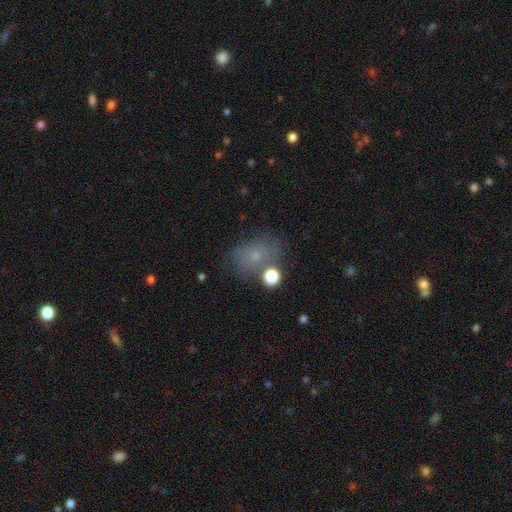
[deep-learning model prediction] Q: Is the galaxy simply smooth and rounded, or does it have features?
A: smooth — 57%.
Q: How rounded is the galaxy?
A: in between — 54%.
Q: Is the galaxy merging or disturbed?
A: none — 58%.